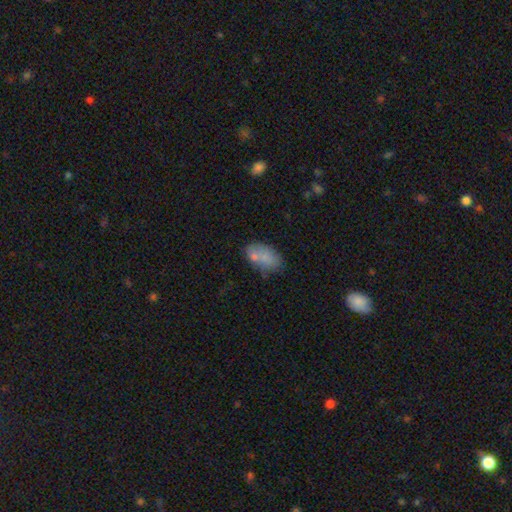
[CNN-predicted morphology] smooth_or_featured: smooth (p=0.75) [alt: featured or disk p=0.15]
how_rounded: in between (p=0.91) [alt: round p=0.06]
merging: none (p=0.59) [alt: minor disturbance p=0.19]